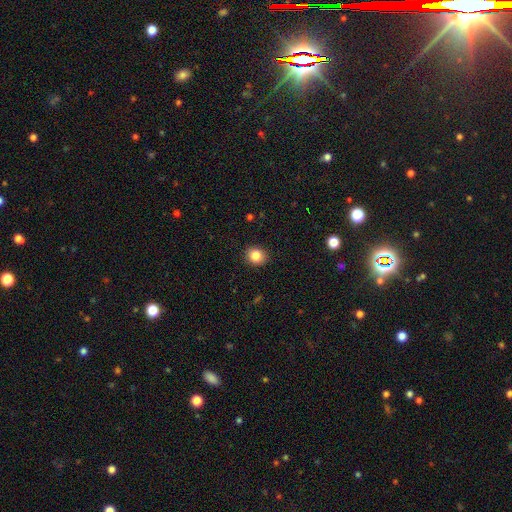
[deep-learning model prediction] Smooth or featured?
  - smooth: 85% *
  - star or artifact: 10%
  - featured or disk: 5%
How rounded?
  - round: 74% *
  - in between: 25%
  - cigar-shaped: 1%
Merging?
  - none: 91% *
  - minor disturbance: 7%
  - major disturbance: 2%
  - merger: 1%